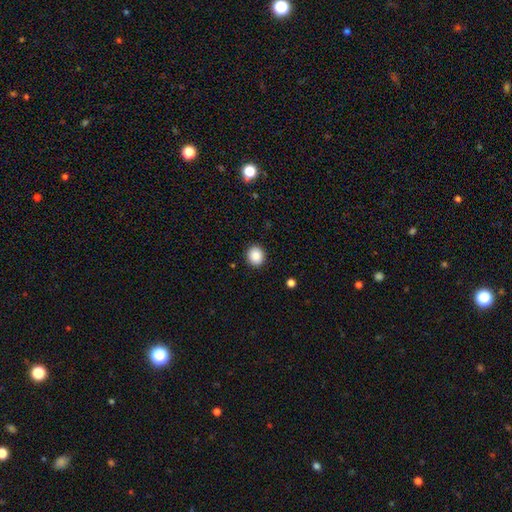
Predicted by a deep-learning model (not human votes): The model was most divided on "how rounded": round: 80%, in between: 19%, cigar-shaped: 1%. More confident: merging — none (91%); smooth or featured — smooth (88%).